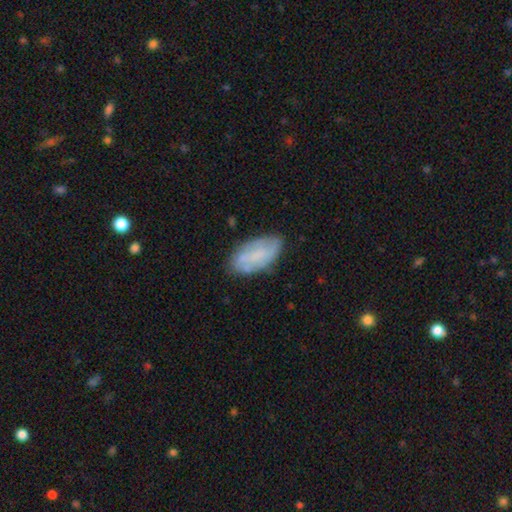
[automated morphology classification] type=smooth (55%); roundness=in between (92%); merging=none (71%).